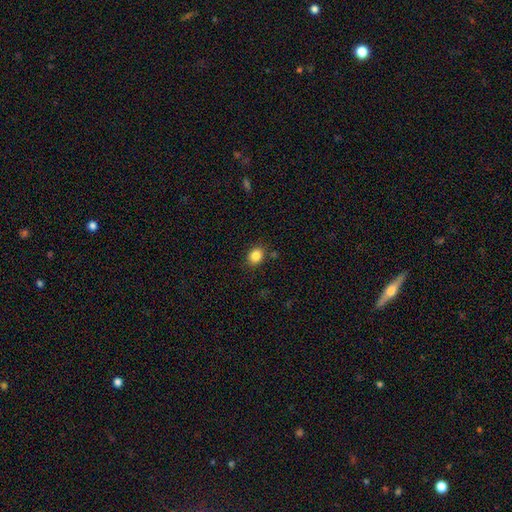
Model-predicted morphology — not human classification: A smooth galaxy with no disk features (85%) that is in between round and cigar-shaped (50%).

Vote fractions:
- Smooth or featured? smooth: 85% / star or artifact: 10% / featured or disk: 5%
- How rounded? in between: 50% / round: 49% / cigar-shaped: 1%
- Merging? none: 84% / minor disturbance: 11% / major disturbance: 3% / merger: 3%